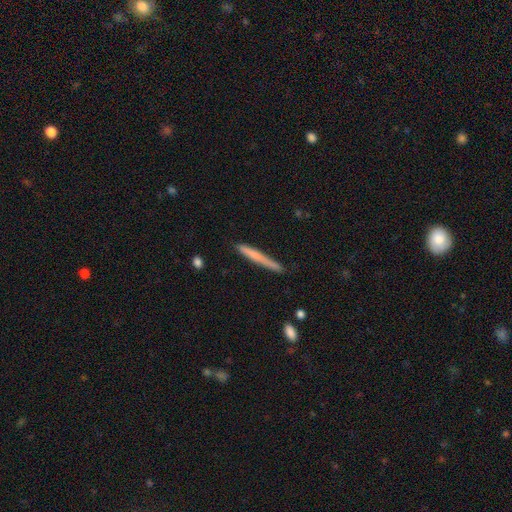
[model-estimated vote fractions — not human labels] Overall: smooth (64%; featured or disk 29%). How rounded: cigar-shaped (97%). Merging: none (81%).